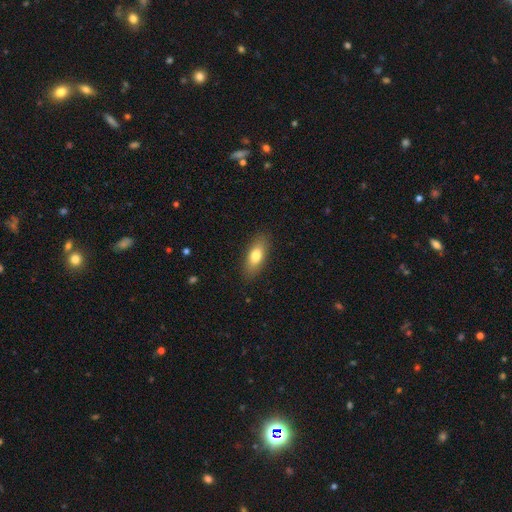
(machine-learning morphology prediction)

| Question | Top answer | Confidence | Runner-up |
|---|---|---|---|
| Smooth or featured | smooth | 75% | featured or disk (18%) |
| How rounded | in between | 74% | cigar-shaped (22%) |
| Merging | none | 86% | minor disturbance (10%) |